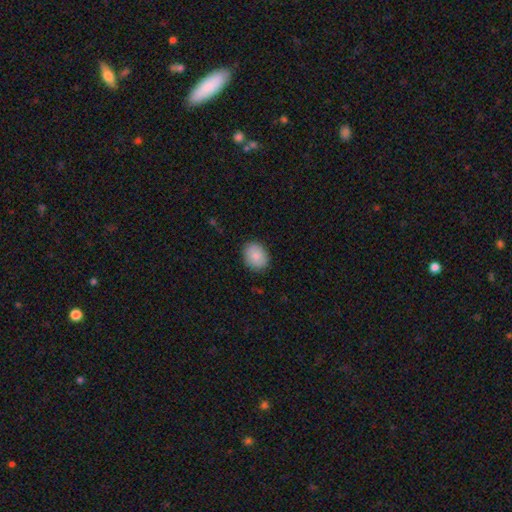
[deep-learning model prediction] This is clearly a smooth galaxy (88%). How rounded: possibly round (52%). Merging: clearly none (88%).